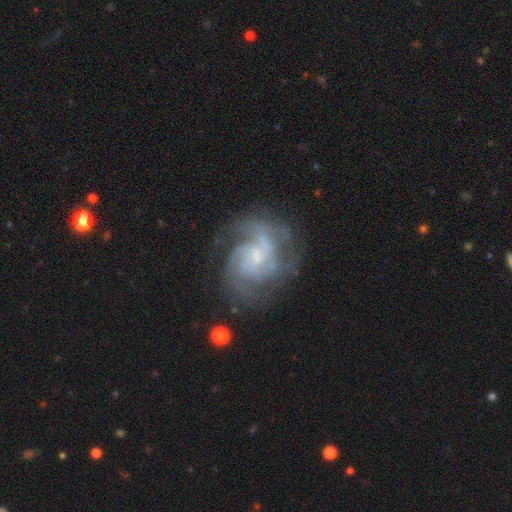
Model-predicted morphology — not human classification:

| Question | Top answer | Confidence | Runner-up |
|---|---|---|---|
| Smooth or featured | featured or disk | 86% | smooth (7%) |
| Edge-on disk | no | 98% | yes (2%) |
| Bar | no | 54% | weak (39%) |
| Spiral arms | yes | 96% | no (4%) |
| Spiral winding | tight | 46% | medium (43%) |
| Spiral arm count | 3 | 32% | can't tell (24%) |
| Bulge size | small | 60% | moderate (22%) |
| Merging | none | 66% | minor disturbance (18%) |